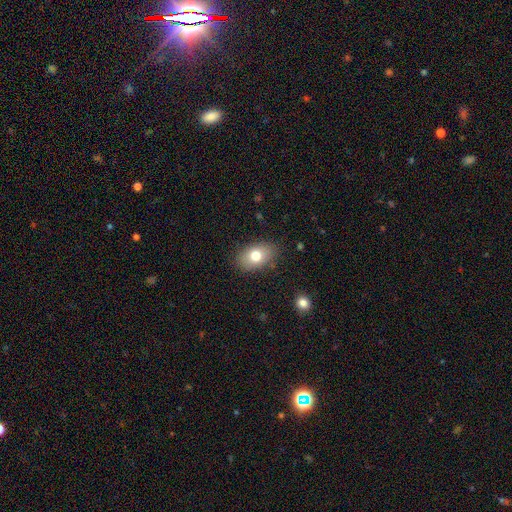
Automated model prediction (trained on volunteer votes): Smooth or featured: smooth — 76% (featured or disk — 16%)
How rounded: in between — 85% (round — 13%)
Merging: none — 83% (minor disturbance — 12%)